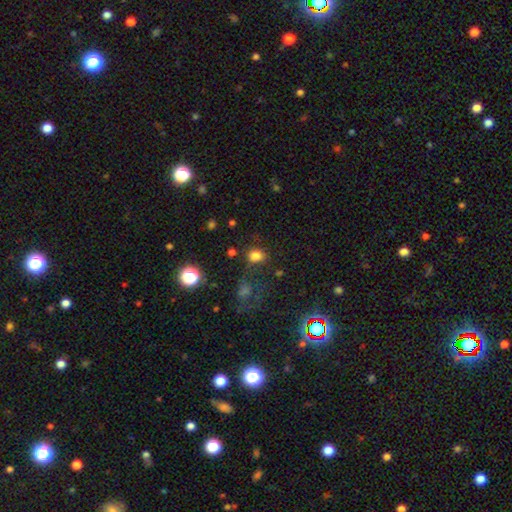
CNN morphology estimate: Smooth or featured: smooth — 78% (star or artifact — 16%)
How rounded: round — 52% (in between — 47%)
Merging: none — 75% (minor disturbance — 14%)